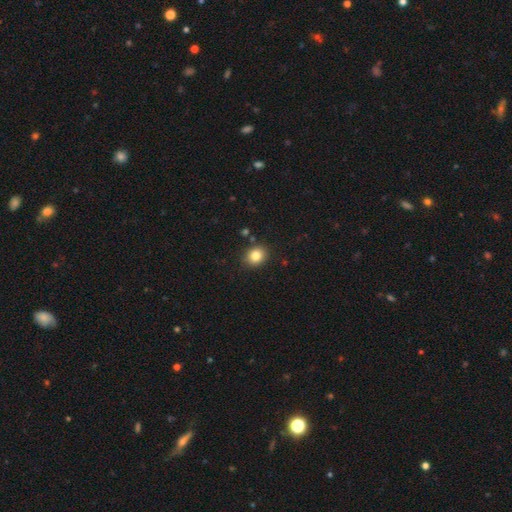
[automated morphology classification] smooth-or-featured: smooth: 82% | star or artifact: 11% | featured or disk: 7%
  how-rounded: round: 67% | in between: 32% | cigar-shaped: 1%
  merging: none: 88% | minor disturbance: 8% | merger: 2% | major disturbance: 2%